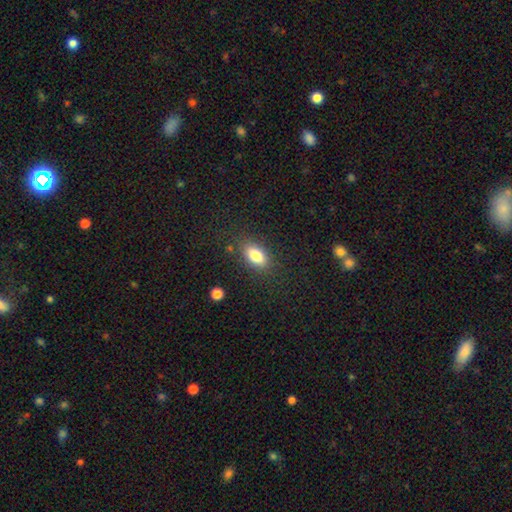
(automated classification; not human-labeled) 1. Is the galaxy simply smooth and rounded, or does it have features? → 81% smooth, 10% featured or disk, 8% star or artifact.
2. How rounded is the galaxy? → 89% in between, 6% cigar-shaped, 5% round.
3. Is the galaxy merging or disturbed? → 83% none, 12% minor disturbance, 4% major disturbance, 2% merger.